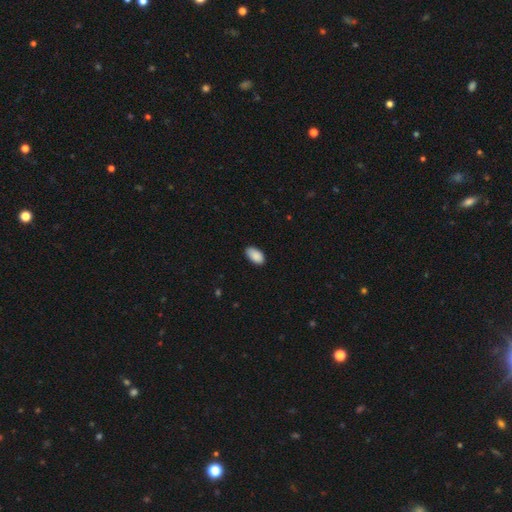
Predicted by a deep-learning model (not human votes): This is clearly a smooth galaxy (90%). How rounded: clearly in between (95%). Merging: clearly none (85%).